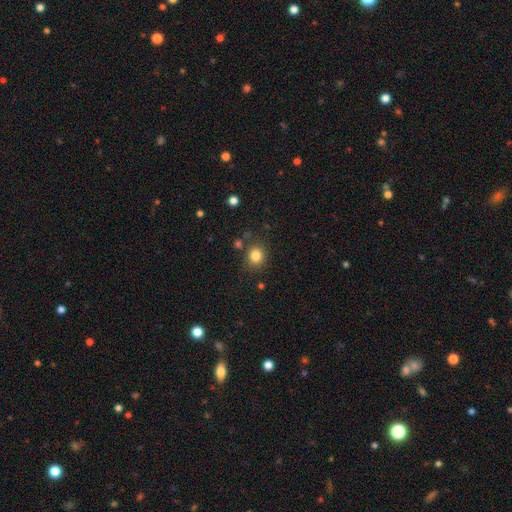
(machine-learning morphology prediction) This is clearly a smooth galaxy (83%). How rounded: clearly round (85%). Merging: clearly none (81%).